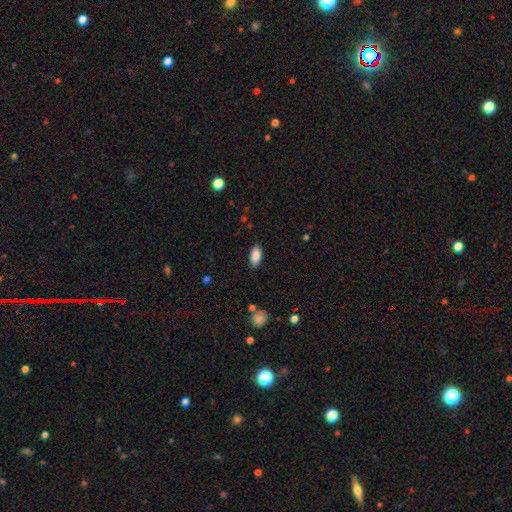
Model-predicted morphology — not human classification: This appears to be a smooth galaxy with no disk features (88%) that is in between round and cigar-shaped (90%). Merging: none (87%).